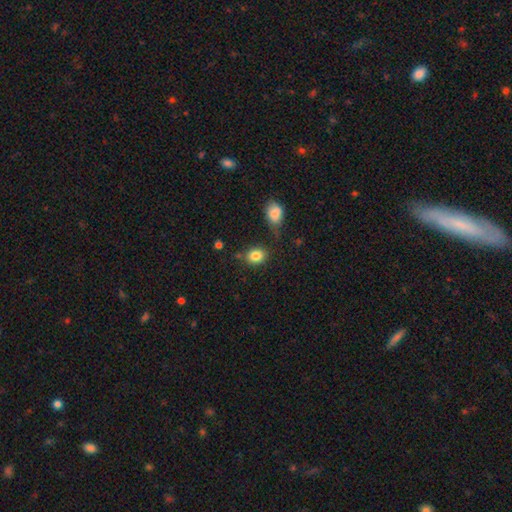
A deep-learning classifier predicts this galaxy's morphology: smooth_or_featured: smooth (p=0.84) [alt: star or artifact p=0.10]
how_rounded: round (p=0.56) [alt: in between p=0.43]
merging: none (p=0.73) [alt: minor disturbance p=0.15]